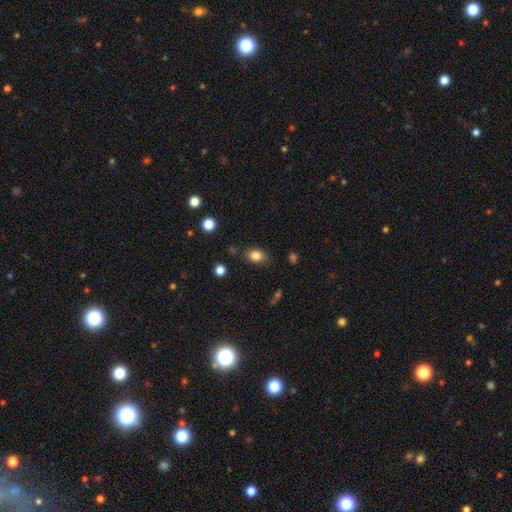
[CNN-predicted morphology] A smooth galaxy with no disk features (83%) that is in between round and cigar-shaped (69%). Merging: none (79%).